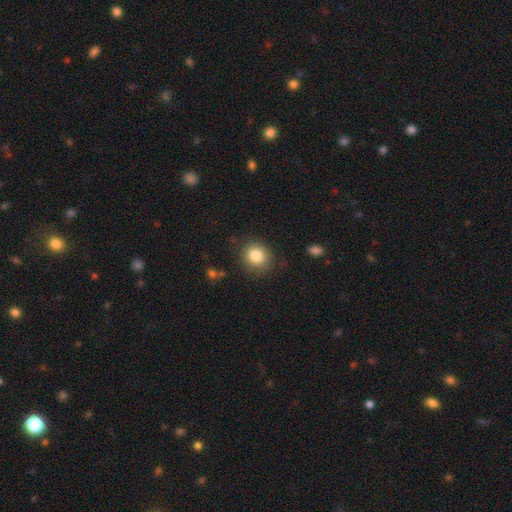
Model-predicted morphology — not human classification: smooth_or_featured: smooth (p=0.84) [alt: star or artifact p=0.10]
how_rounded: round (p=0.79) [alt: in between p=0.20]
merging: none (p=0.84) [alt: minor disturbance p=0.11]